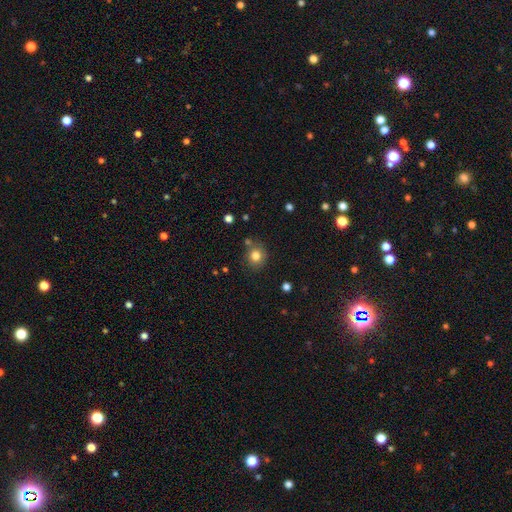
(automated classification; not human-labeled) Smooth or featured? smooth (81%)
How rounded? round (82%)
Merging? none (77%)